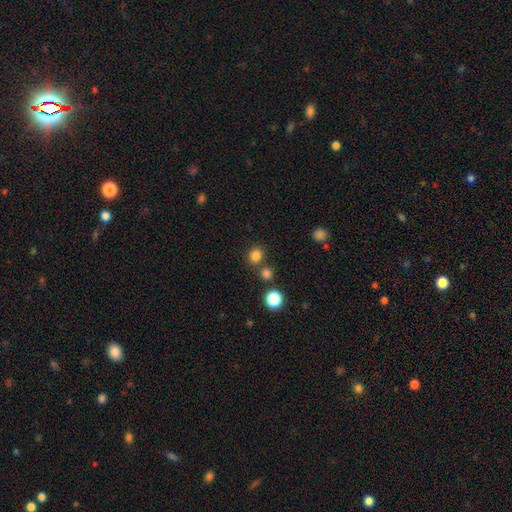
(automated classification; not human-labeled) The model was most divided on "how rounded": round: 77%, in between: 22%, cigar-shaped: 1%. More confident: smooth or featured — smooth (81%); merging — none (76%).